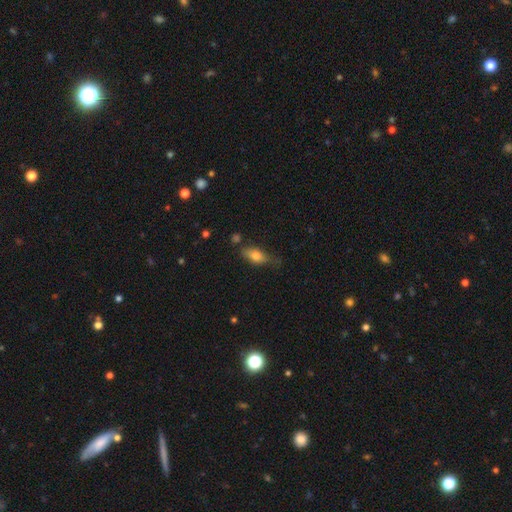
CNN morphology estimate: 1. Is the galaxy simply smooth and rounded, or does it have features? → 71% smooth, 21% featured or disk, 7% star or artifact.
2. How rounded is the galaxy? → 75% in between, 21% cigar-shaped, 4% round.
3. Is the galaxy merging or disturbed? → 63% none, 26% minor disturbance, 7% major disturbance, 5% merger.